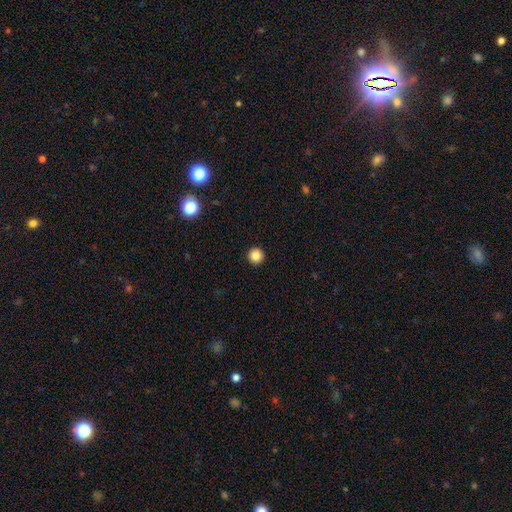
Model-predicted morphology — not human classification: Q: Smooth or featured?
A: smooth (84%); runner-up: star or artifact (11%)
Q: How rounded?
A: round (96%); runner-up: in between (3%)
Q: Merging?
A: none (94%); runner-up: minor disturbance (4%)